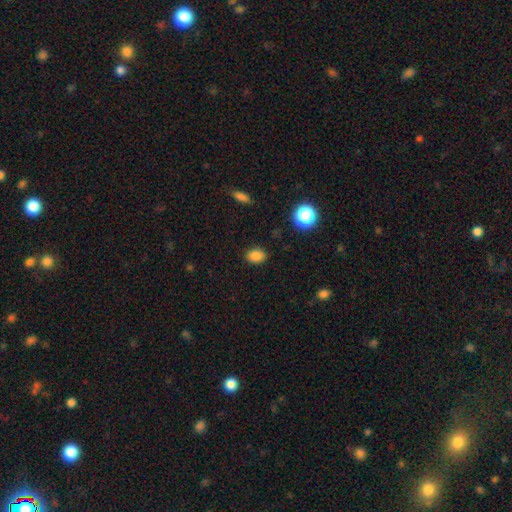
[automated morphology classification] Smooth or featured: smooth — 84% (star or artifact — 11%)
How rounded: in between — 69% (round — 30%)
Merging: none — 87% (minor disturbance — 9%)